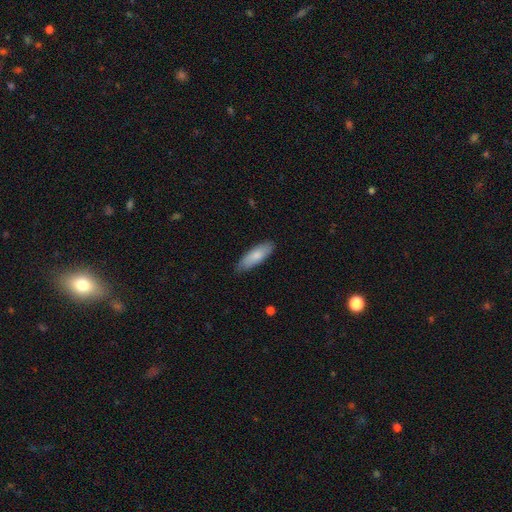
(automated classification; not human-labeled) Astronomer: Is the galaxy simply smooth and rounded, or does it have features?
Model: smooth — 81%.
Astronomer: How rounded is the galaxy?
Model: in between — 55% (runner-up: cigar-shaped, 43%).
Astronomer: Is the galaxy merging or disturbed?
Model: none — 82%.